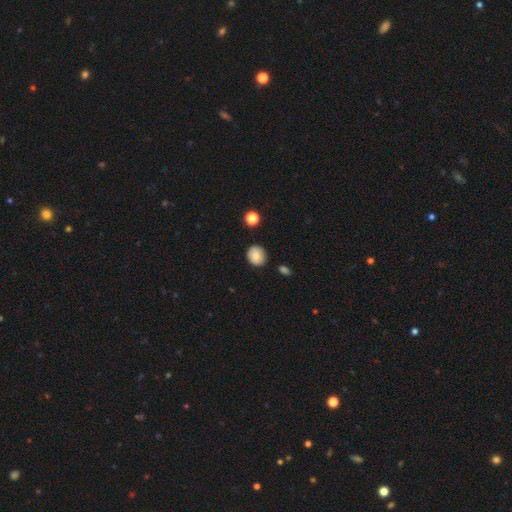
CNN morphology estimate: Smooth or featured?
  - smooth: 81% *
  - featured or disk: 10%
  - star or artifact: 9%
How rounded?
  - round: 76% *
  - in between: 23%
  - cigar-shaped: 1%
Merging?
  - none: 83% *
  - minor disturbance: 13%
  - major disturbance: 2%
  - merger: 2%